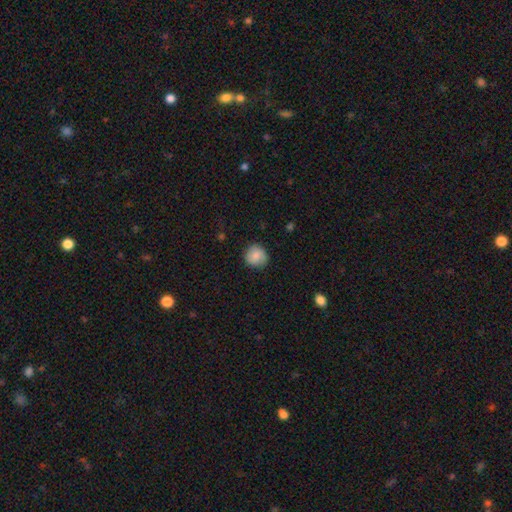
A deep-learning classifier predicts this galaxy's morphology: A smooth galaxy with no disk features (83%) that is round (88%).

Vote fractions:
- Smooth or featured? smooth: 83% / featured or disk: 9% / star or artifact: 8%
- How rounded? round: 88% / in between: 11% / cigar-shaped: 1%
- Merging? none: 82% / minor disturbance: 14% / major disturbance: 3% / merger: 1%